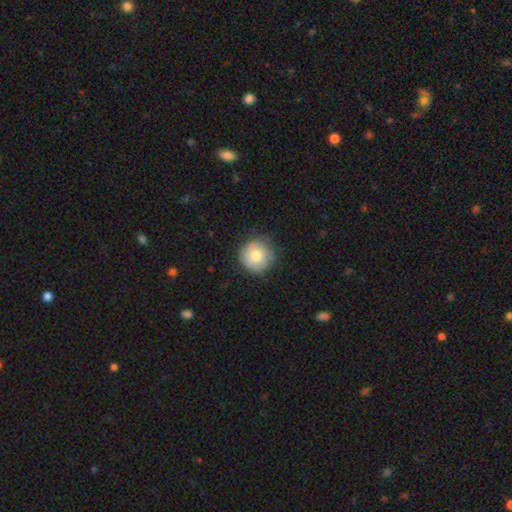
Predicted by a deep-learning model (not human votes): A smooth galaxy with no disk features (77%) that is round (94%). Merging: none (77%).